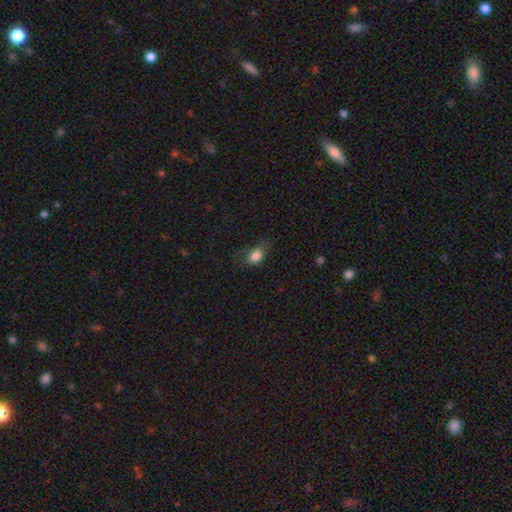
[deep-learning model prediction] This is clearly a smooth galaxy (81%). How rounded: clearly in between (81%). Merging: possibly none (54%).